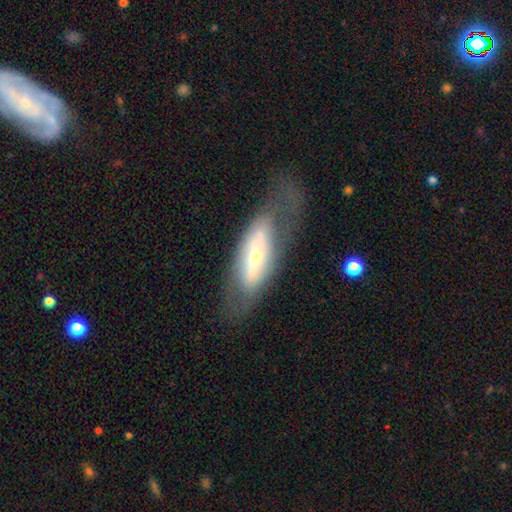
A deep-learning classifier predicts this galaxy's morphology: Smooth or featured? featured or disk (55%)
Edge-on disk? no (70%)
Merging? none (51%)